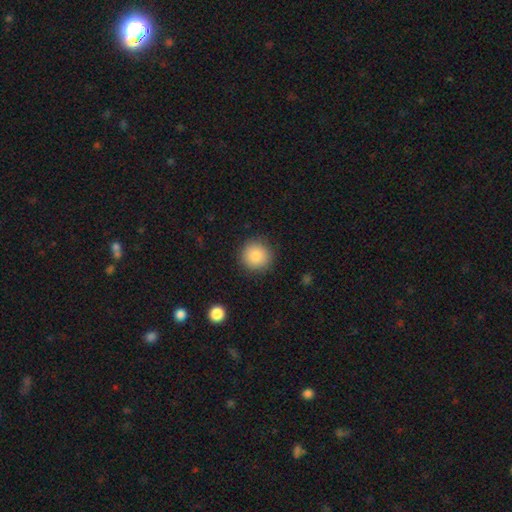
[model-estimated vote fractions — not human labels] This appears to be a smooth galaxy with no disk features (86%) that is round (94%). Merging: none (90%).